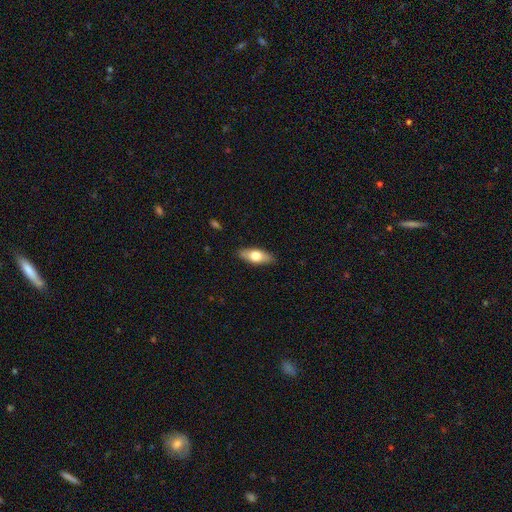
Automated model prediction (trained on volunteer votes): smooth_or_featured: smooth (p=0.66) [alt: featured or disk p=0.28]
how_rounded: in between (p=0.77) [alt: cigar-shaped p=0.20]
merging: none (p=0.87) [alt: minor disturbance p=0.10]